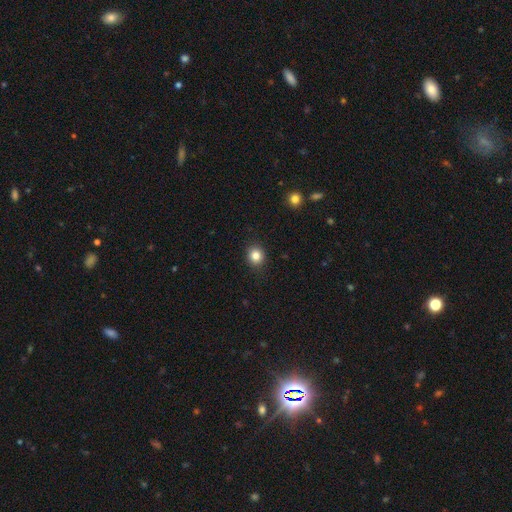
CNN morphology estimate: This is clearly a smooth galaxy (83%). How rounded: clearly round (81%). Merging: clearly none (90%).